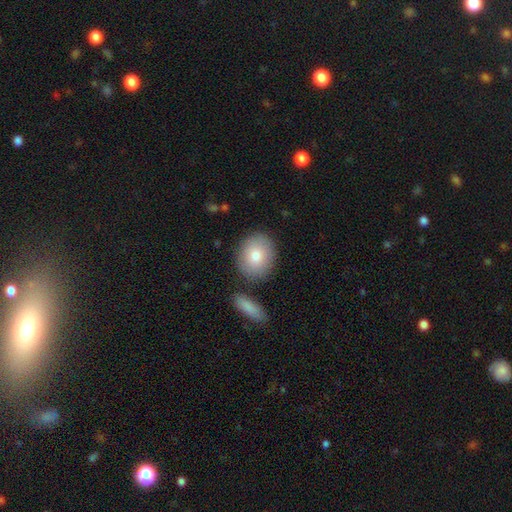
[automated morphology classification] smooth-or-featured: smooth: 81% | featured or disk: 12% | star or artifact: 7%
  how-rounded: round: 60% | in between: 38% | cigar-shaped: 1%
  merging: none: 80% | minor disturbance: 10% | merger: 6% | major disturbance: 3%